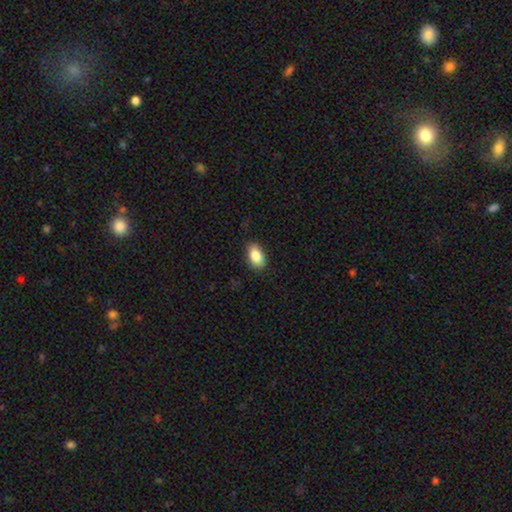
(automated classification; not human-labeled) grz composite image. It shows a smooth galaxy with no disk features (85%) that is in between round and cigar-shaped (91%). Merging: none (84%).